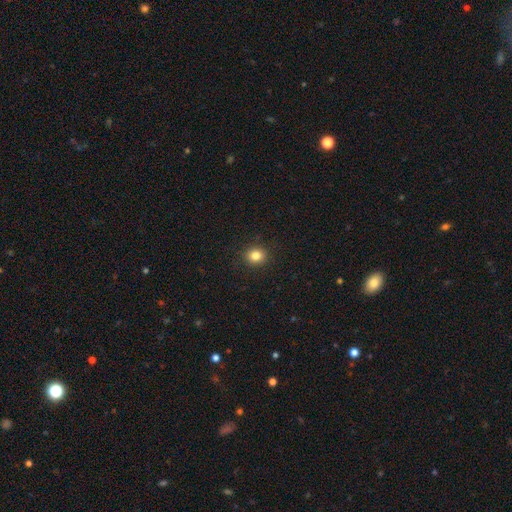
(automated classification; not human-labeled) This appears to be a smooth galaxy with no disk features (83%) that is round (76%). Merging: none (91%).